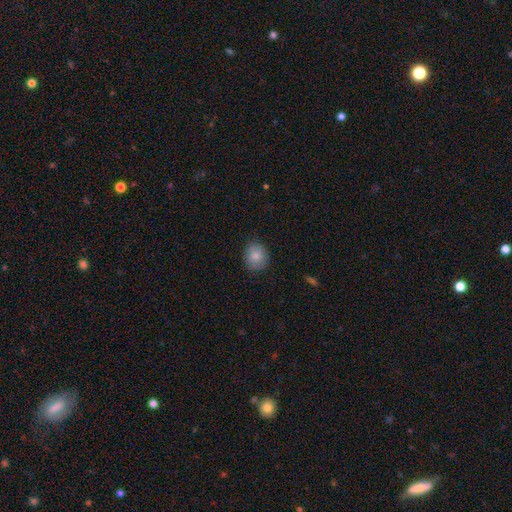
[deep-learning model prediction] The model was most divided on "how rounded": round: 72%, in between: 27%, cigar-shaped: 1%. More confident: smooth or featured — smooth (84%); merging — none (83%).